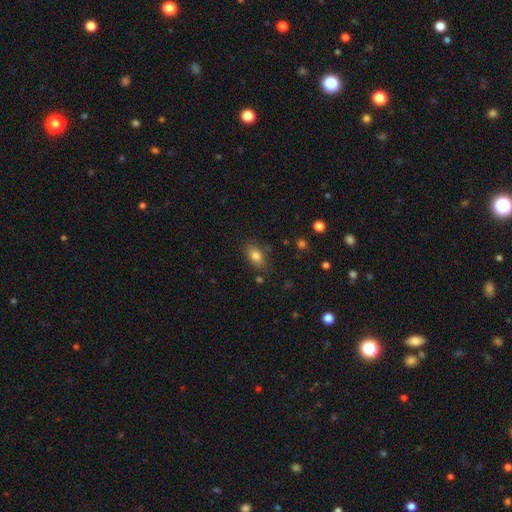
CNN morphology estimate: This is clearly a smooth galaxy (82%). How rounded: clearly in between (85%). Merging: clearly none (80%).